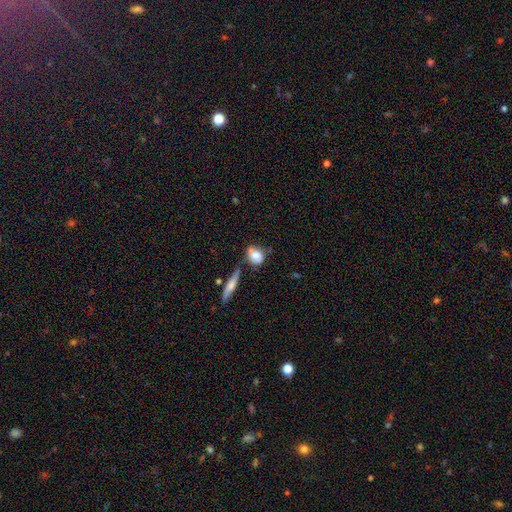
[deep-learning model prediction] This is likely a smooth galaxy (78%). How rounded: possibly in between (51%). Merging: possibly none (50%).